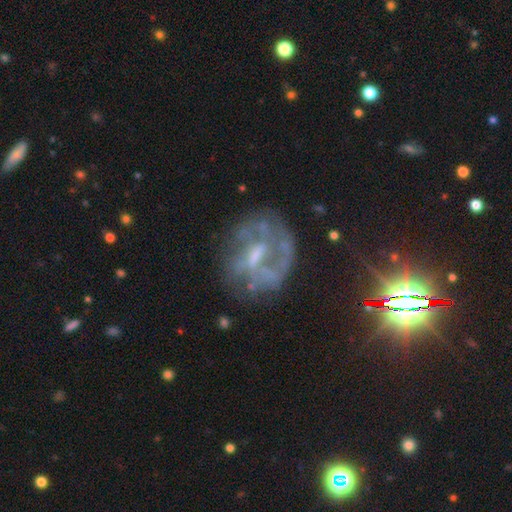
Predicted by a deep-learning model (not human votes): Overall: featured or disk (69%). Edge-on disk: no (96%). Bar: weak (45%; no 36%). Spiral arms: yes (61%; no 39%). Bulge size: small (37%; moderate 33%). Merging: none (56%; major disturbance 21%).